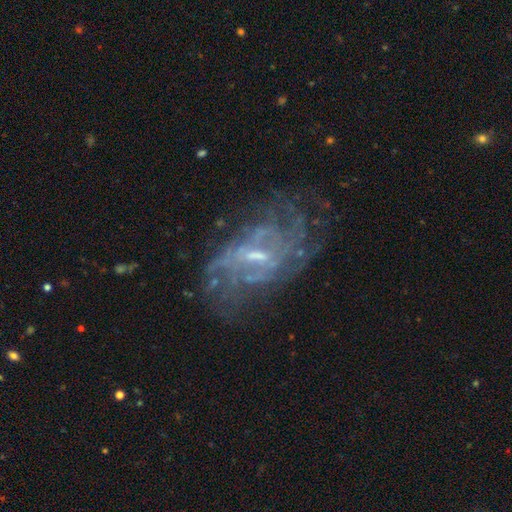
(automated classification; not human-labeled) Morphology: type=featured or disk (80%); edge-on=no (95%); bar=weak (56%); spiral arms=yes (78%); winding=tight (39%); arm count=can't tell (56%); bulge=small (57%); merging=none (60%).